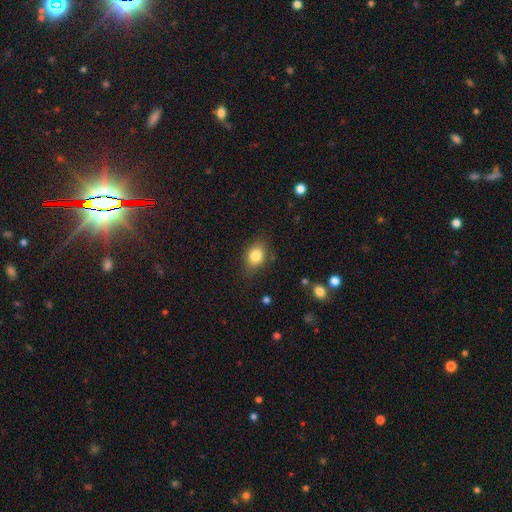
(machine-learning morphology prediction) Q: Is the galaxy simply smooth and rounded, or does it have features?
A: smooth — 82%.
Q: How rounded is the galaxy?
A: in between — 65%.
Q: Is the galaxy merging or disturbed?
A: none — 76%.